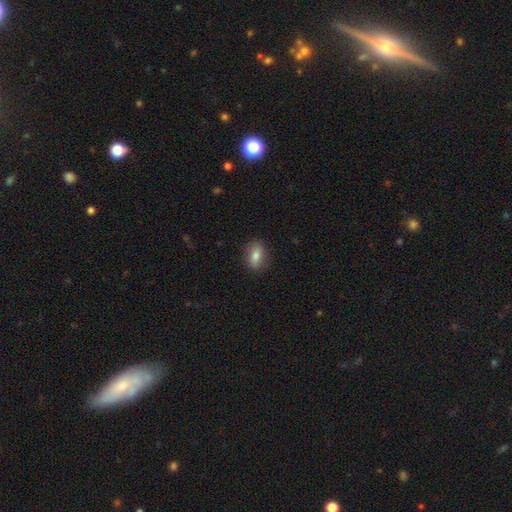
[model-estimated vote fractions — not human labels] The model was most divided on "how rounded": in between: 81%, round: 16%, cigar-shaped: 3%. More confident: merging — none (85%); smooth or featured — smooth (83%).